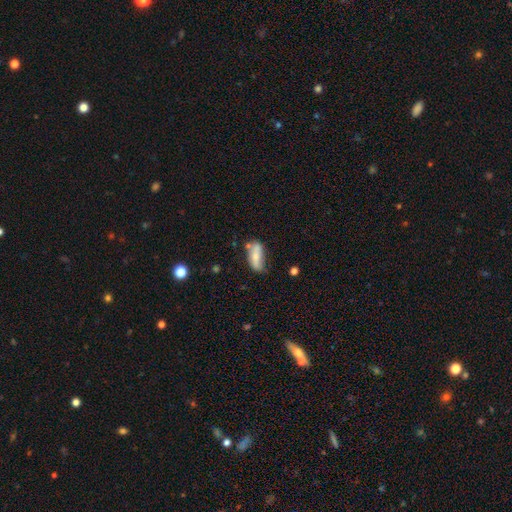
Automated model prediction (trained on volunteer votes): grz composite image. It shows a smooth galaxy with no disk features (60%) that is in between round and cigar-shaped (72%). Merging: none (52%).